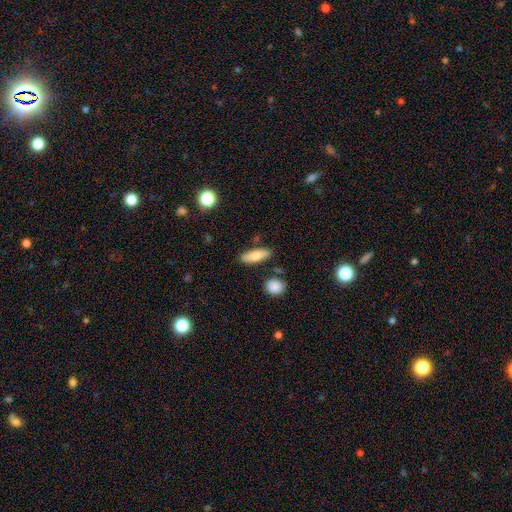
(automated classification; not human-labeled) Smooth or featured?
  - smooth: 78% *
  - featured or disk: 15%
  - star or artifact: 7%
How rounded?
  - in between: 56% *
  - cigar-shaped: 41%
  - round: 3%
Merging?
  - none: 83% *
  - minor disturbance: 10%
  - merger: 4%
  - major disturbance: 3%